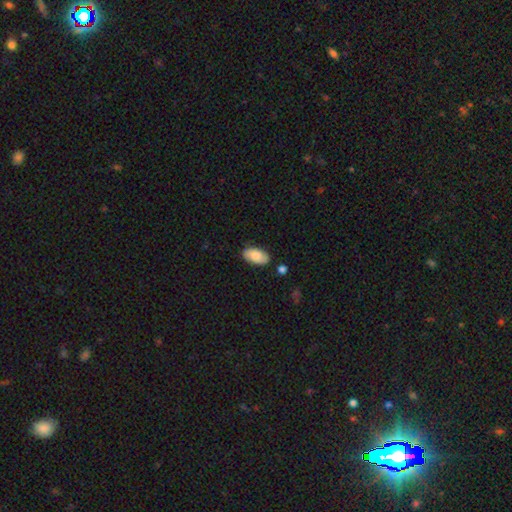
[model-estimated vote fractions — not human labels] Overall: smooth (74%). How rounded: in between (94%). Merging: none (79%).